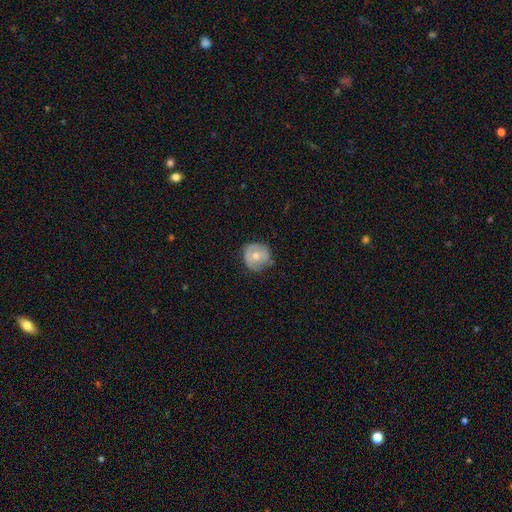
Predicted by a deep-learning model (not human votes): This is possibly a smooth galaxy (58%). How rounded: clearly round (87%). Merging: likely none (65%).